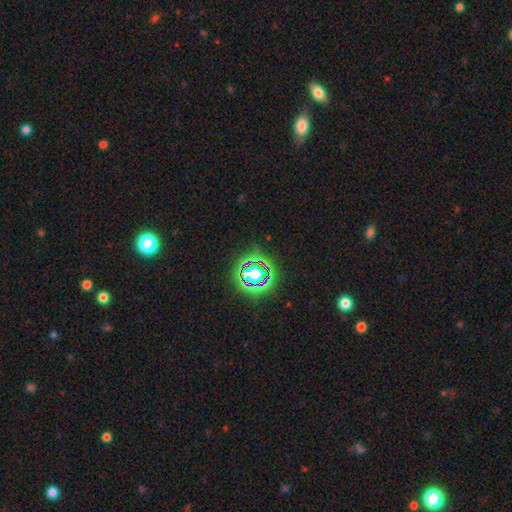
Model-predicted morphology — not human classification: A star or artifact, not a galaxy (75%).